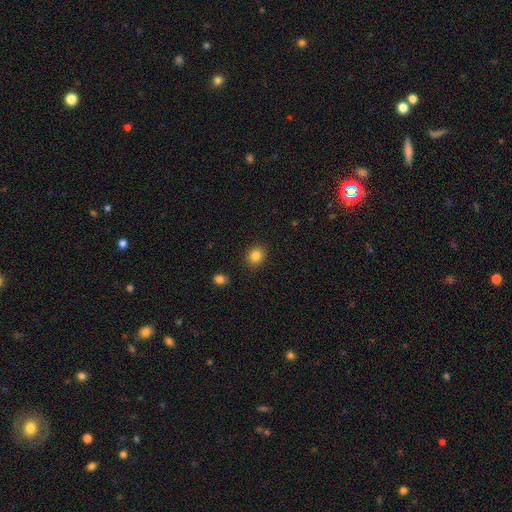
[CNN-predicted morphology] Smooth or featured?
  - smooth: 84% *
  - star or artifact: 11%
  - featured or disk: 5%
How rounded?
  - round: 68% *
  - in between: 31%
  - cigar-shaped: 1%
Merging?
  - none: 89% *
  - minor disturbance: 7%
  - major disturbance: 2%
  - merger: 2%